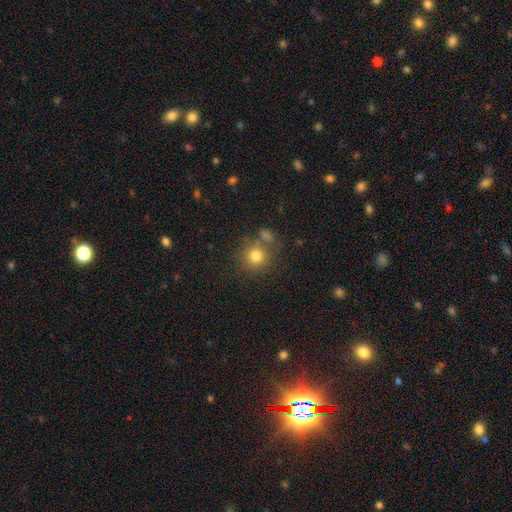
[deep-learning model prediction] Smooth or featured: smooth — 79% (star or artifact — 12%)
How rounded: round — 89% (in between — 10%)
Merging: none — 68% (merger — 16%)